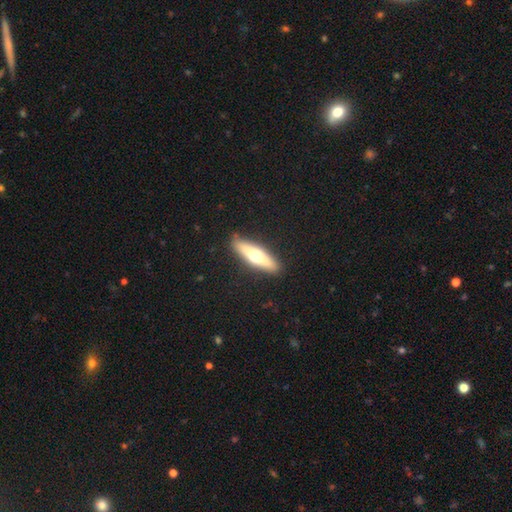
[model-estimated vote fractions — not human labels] A featured or disk galaxy (47%, tied with smooth).

Vote fractions:
- Smooth or featured? featured or disk: 47% (tied) / smooth: 47% (tied) / star or artifact: 5%
- Merging? none: 88% / minor disturbance: 8% / major disturbance: 2% / merger: 1%